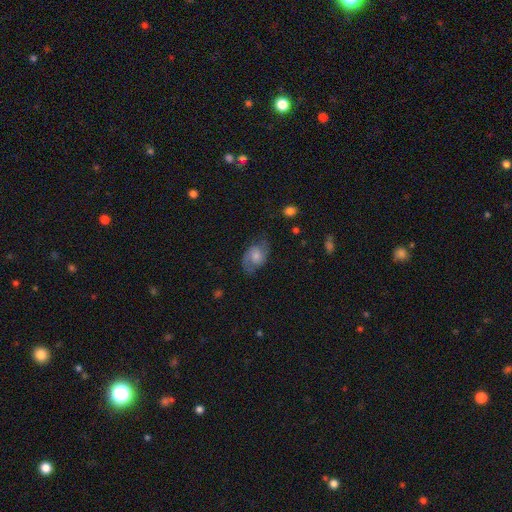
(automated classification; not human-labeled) This appears to be a featured or disk galaxy (64%) with no bar (63%), 2 (86%) medium (50%) spiral arms (90%) and a moderate central bulge (43%). Merging: none (68%).